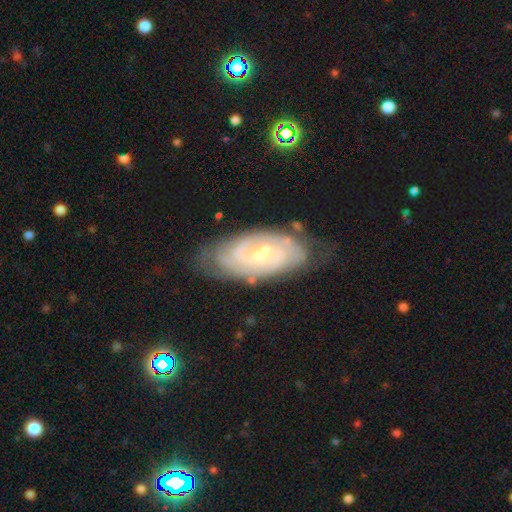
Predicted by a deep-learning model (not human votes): Smooth or featured? featured or disk (78%)
Edge-on disk? no (95%)
Bar? no (46%)
Spiral arms? yes (88%)
Spiral winding? tight (59%)
Spiral arm count? 2 (41%)
Bulge size? small (75%)
Merging? none (65%)